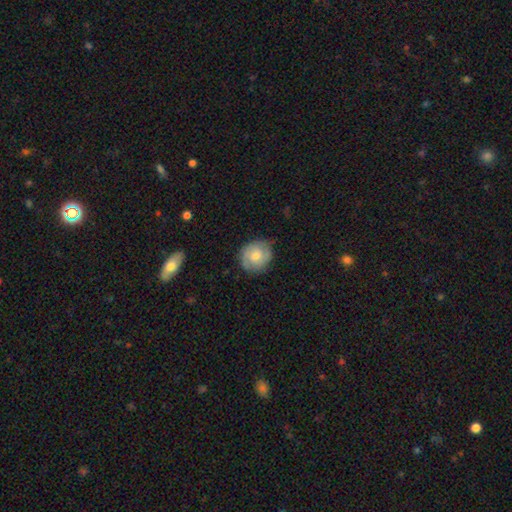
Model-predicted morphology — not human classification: Overall: featured or disk (53%; smooth 40%). Edge-on disk: no (97%). Bar: no (70%). Spiral arms: yes (84%). Bulge size: moderate (56%; small 36%). Merging: none (79%).